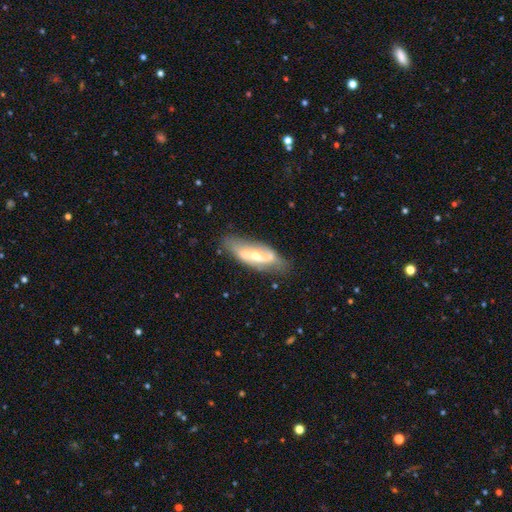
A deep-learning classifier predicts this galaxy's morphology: Smooth or featured?
  - featured or disk: 75% *
  - smooth: 20%
  - star or artifact: 5%
Edge-on disk?
  - no: 86% *
  - yes: 14%
Bar?
  - strong: 38% *
  - weak: 37%
  - no: 25%
Spiral arms?
  - yes: 82% *
  - no: 18%
Spiral winding?
  - loose: 60% *
  - medium: 28%
  - tight: 12%
Spiral arm count?
  - 2: 81% *
  - can't tell: 10%
  - 1: 7%
  - 3: 1%
  - 4: 1%
  - more than 4: 1%
Bulge size?
  - small: 49% *
  - moderate: 45%
  - large: 3%
  - none: 2%
  - dominant: 1%
Merging?
  - none: 66% *
  - minor disturbance: 23%
  - major disturbance: 8%
  - merger: 3%